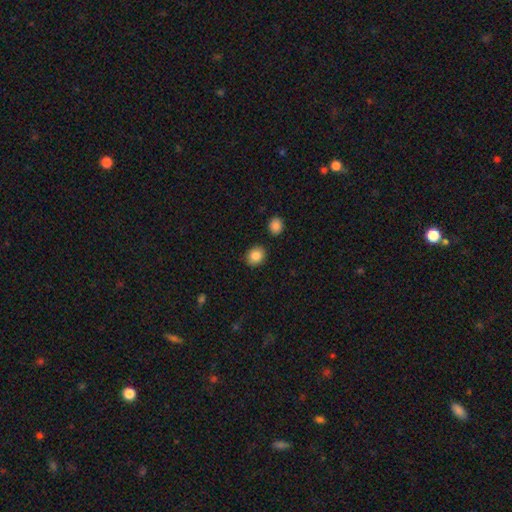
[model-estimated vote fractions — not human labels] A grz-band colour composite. It shows a smooth galaxy with no disk features (86%) that is round (63%). Merging: none (86%).